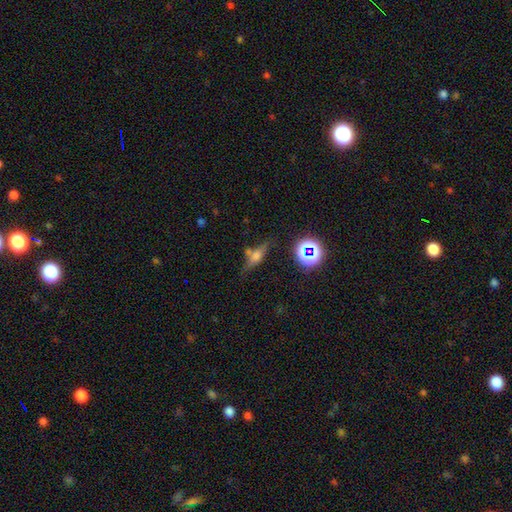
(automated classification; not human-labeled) smooth_or_featured: smooth (p=0.41) [tied with: featured or disk p=0.41]
merging: none (p=0.64) [alt: minor disturbance p=0.18]